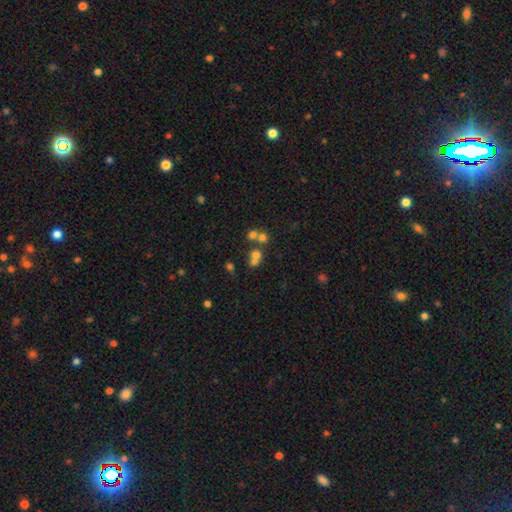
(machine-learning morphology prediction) smooth-or-featured: smooth: 58% | star or artifact: 22% | featured or disk: 20%
  how-rounded: round: 82% | in between: 17% | cigar-shaped: 1%
  merging: merger: 47% | none: 41% | minor disturbance: 7% | major disturbance: 5%